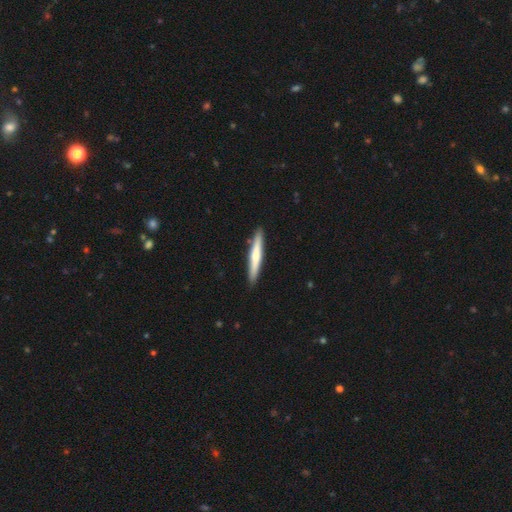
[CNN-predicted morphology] This appears to be a smooth galaxy with no disk features (50%) that is cigar-shaped (95%). Merging: none (90%).